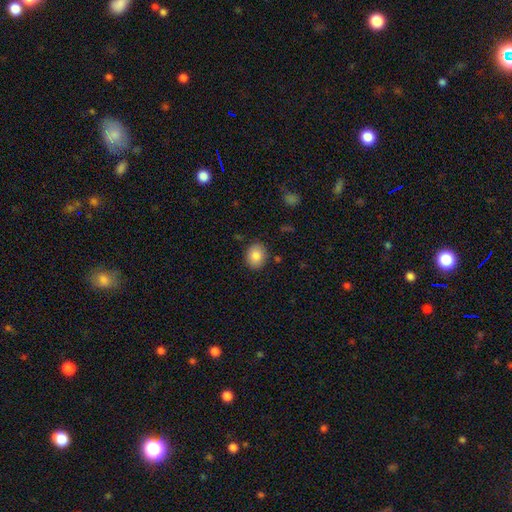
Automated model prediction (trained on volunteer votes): Smooth or featured? Predicted: smooth (p=0.84). How rounded? Predicted: round (p=0.55). Merging? Predicted: none (p=0.87).